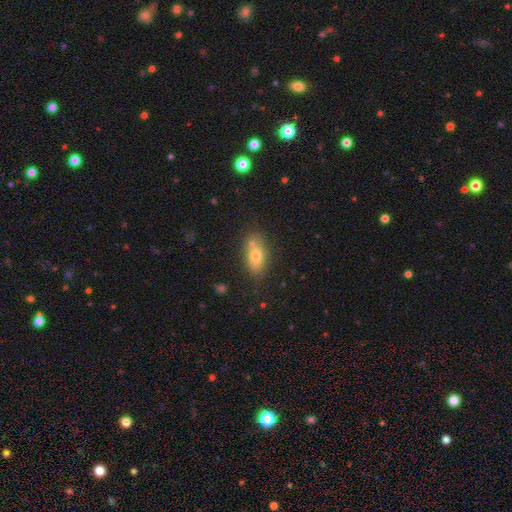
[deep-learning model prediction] This is likely a smooth galaxy (72%). How rounded: clearly in between (81%). Merging: likely none (69%).